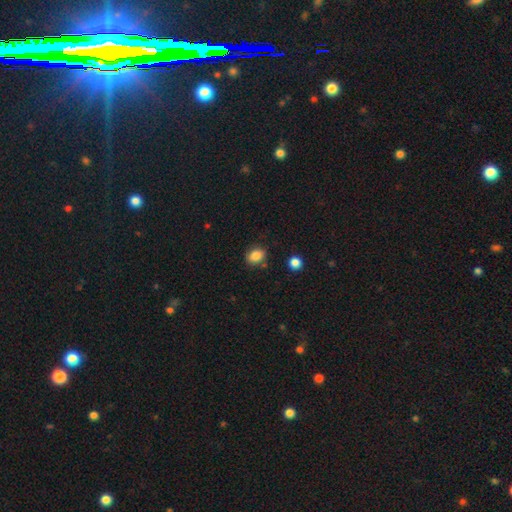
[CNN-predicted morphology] smooth 85%, star or artifact 10%, featured or disk 5%. Down the decision tree: how rounded — in between (55%); merging — none (80%).